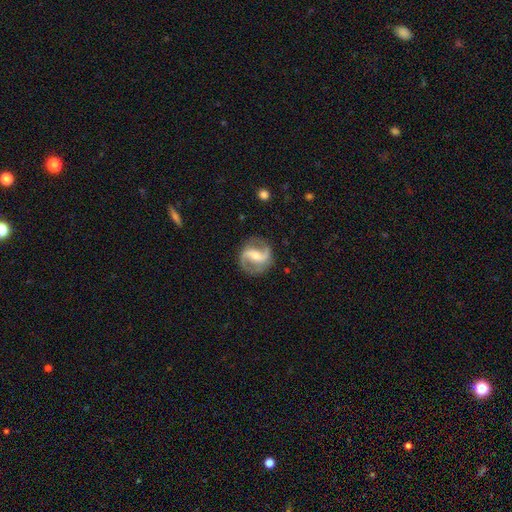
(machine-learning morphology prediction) Smooth or featured? Predicted: featured or disk (p=0.86). Edge-on disk? Predicted: no (p=0.97). Bar? Predicted: strong (p=0.44). Spiral arms? Predicted: yes (p=0.95). Spiral winding? Predicted: medium (p=0.50). Spiral arm count? Predicted: 2 (p=0.92). Bulge size? Predicted: moderate (p=0.47). Merging? Predicted: none (p=0.82).